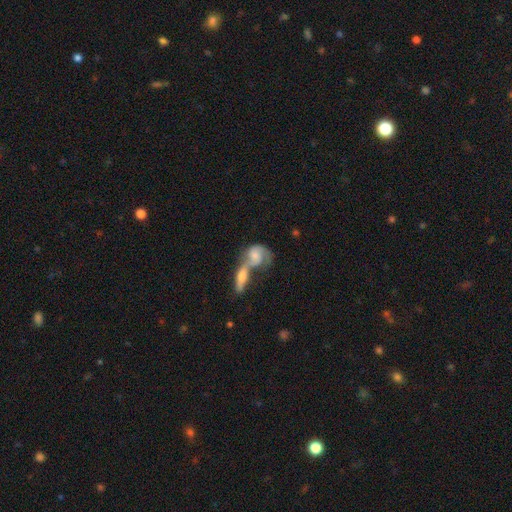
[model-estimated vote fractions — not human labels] A featured or disk galaxy (52%).

Vote fractions:
- Smooth or featured? featured or disk: 52% / smooth: 40% / star or artifact: 7%
- Edge-on disk? no: 91% / yes: 9%
- Merging? merger: 72% / none: 14% / major disturbance: 7% / minor disturbance: 7%